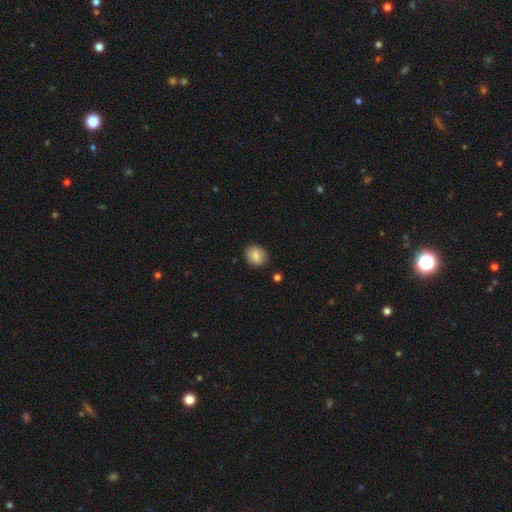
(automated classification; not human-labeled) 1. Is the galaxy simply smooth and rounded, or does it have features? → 86% smooth, 8% star or artifact, 6% featured or disk.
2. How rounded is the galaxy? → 62% round, 37% in between, 1% cigar-shaped.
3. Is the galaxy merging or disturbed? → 88% none, 9% minor disturbance, 2% major disturbance, 2% merger.